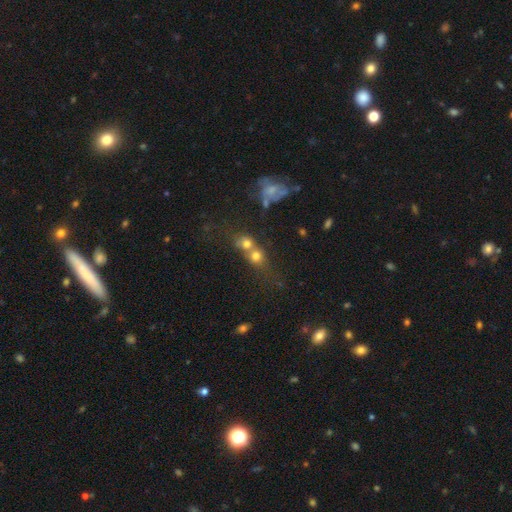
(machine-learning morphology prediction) Smooth or featured? Predicted: smooth (p=0.67). How rounded? Predicted: round (p=0.75). Merging? Predicted: merger (p=0.59).